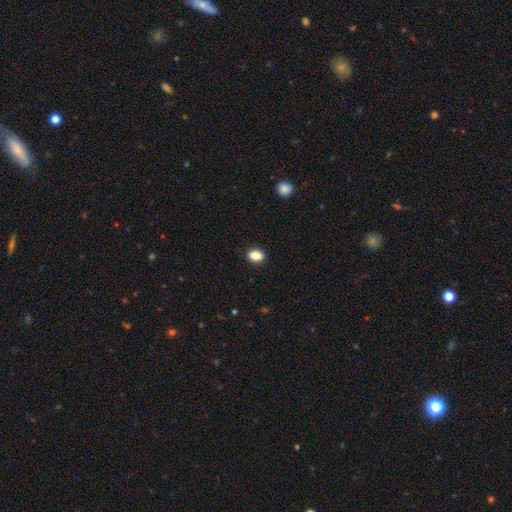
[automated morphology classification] type=smooth (88%); roundness=in between (70%); merging=none (90%).